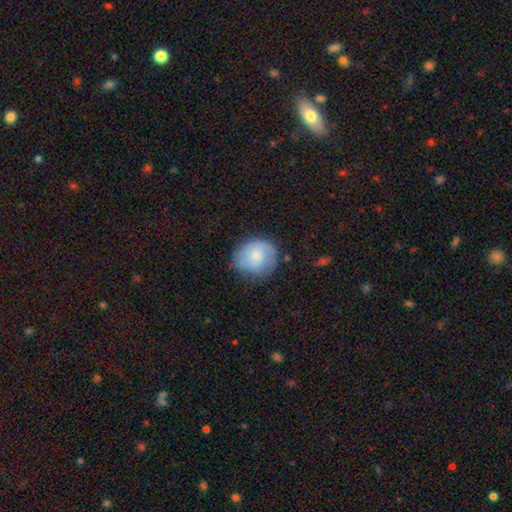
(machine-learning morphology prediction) This appears to be a smooth galaxy with no disk features (65%) that is round (81%). Merging: none (68%).